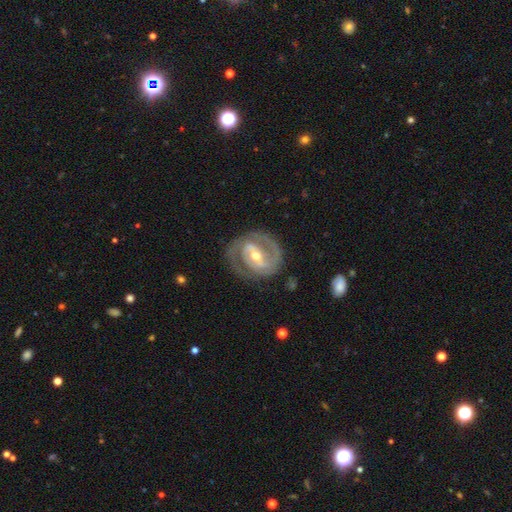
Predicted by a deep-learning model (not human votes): A featured or disk galaxy (89%) with a strong bar (53%), 2 (87%) tight (51%) spiral arms (94%) and a moderate central bulge (57%).

Vote fractions:
- Smooth or featured? featured or disk: 89% / smooth: 7% / star or artifact: 4%
- Edge-on disk? no: 97% / yes: 3%
- Bar? strong: 53% / weak: 33% / no: 14%
- Spiral arms? yes: 94% / no: 6%
- Spiral winding? tight: 51% / medium: 41% / loose: 8%
- Spiral arm count? 2: 87% / can't tell: 5% / 1: 3% / 3: 3% / 4: 1% / more than 4: 1%
- Bulge size? moderate: 57% / small: 39% / large: 2% / none: 1% / dominant: 1%
- Merging? none: 79% / minor disturbance: 13% / major disturbance: 7% / merger: 1%